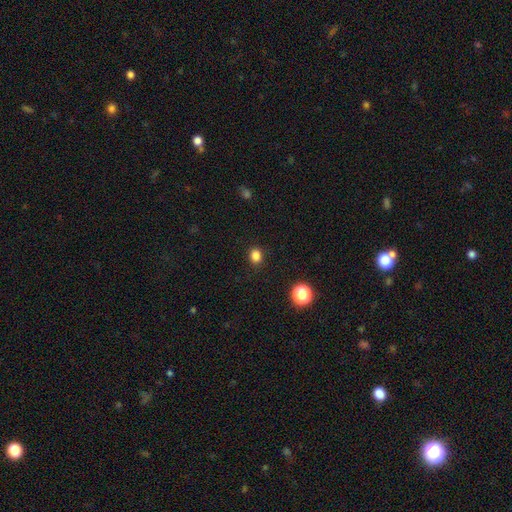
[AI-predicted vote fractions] Smooth or featured? Predicted: smooth (p=0.83). How rounded? Predicted: round (p=0.69). Merging? Predicted: none (p=0.89).